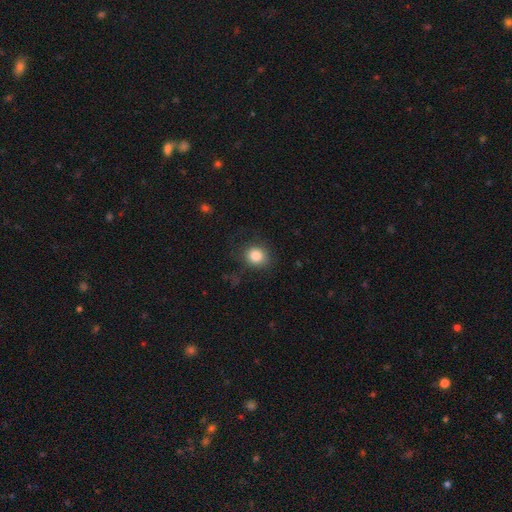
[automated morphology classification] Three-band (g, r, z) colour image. It shows a smooth galaxy with no disk features (85%) that is round (81%). Merging: none (80%).